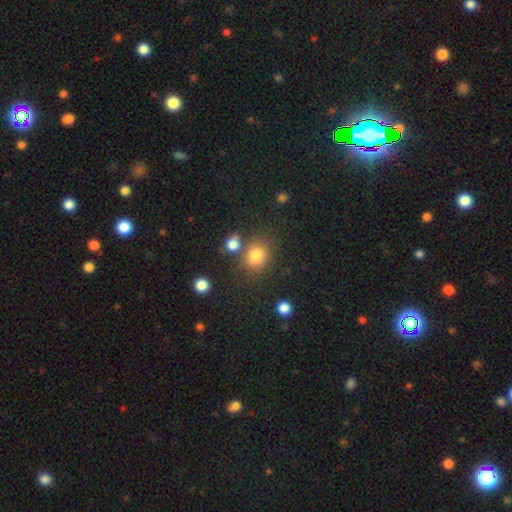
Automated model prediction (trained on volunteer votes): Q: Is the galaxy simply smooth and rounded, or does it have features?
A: smooth — 79%.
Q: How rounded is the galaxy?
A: round — 64%.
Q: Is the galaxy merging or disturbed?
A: none — 69%.